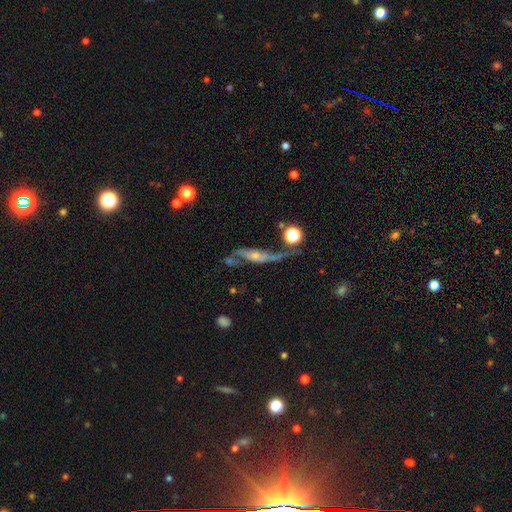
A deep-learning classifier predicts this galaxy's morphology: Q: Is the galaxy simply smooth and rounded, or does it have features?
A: featured or disk — 79%.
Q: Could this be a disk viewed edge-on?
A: no — 75%.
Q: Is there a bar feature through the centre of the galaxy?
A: no — 56%.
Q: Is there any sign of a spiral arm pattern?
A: yes — 90%.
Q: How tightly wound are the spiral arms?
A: loose — 76%.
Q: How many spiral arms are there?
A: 2 — 87%.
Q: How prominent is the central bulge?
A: small — 53%.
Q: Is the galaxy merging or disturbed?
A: none — 49%.